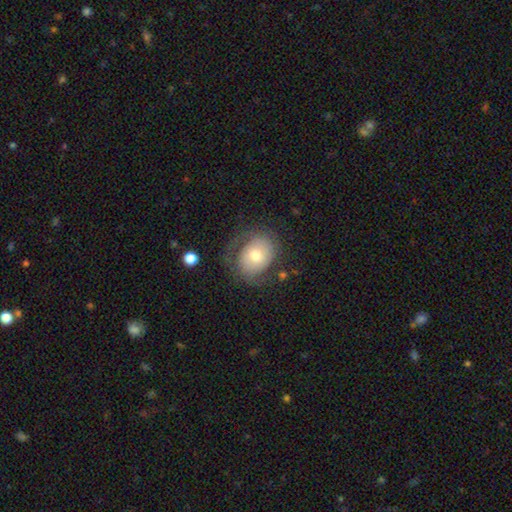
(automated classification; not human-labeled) A featured or disk galaxy (47%).

Vote fractions:
- Smooth or featured? featured or disk: 47% / smooth: 45% / star or artifact: 8%
- Merging? none: 56% / minor disturbance: 23% / major disturbance: 18% / merger: 2%